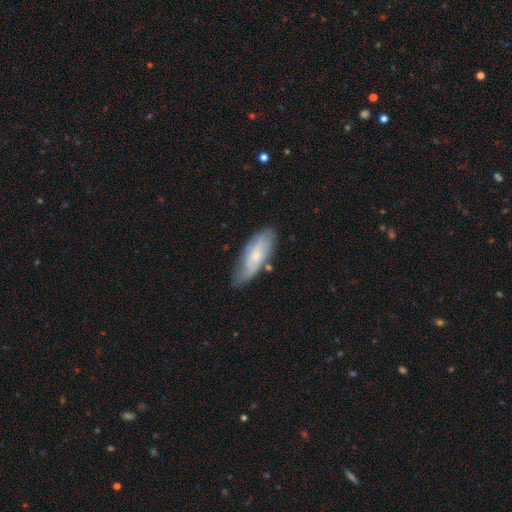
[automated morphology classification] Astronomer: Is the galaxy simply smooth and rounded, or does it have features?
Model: smooth — 49% (runner-up: featured or disk, 45%).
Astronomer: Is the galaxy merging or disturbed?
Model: none — 60%.